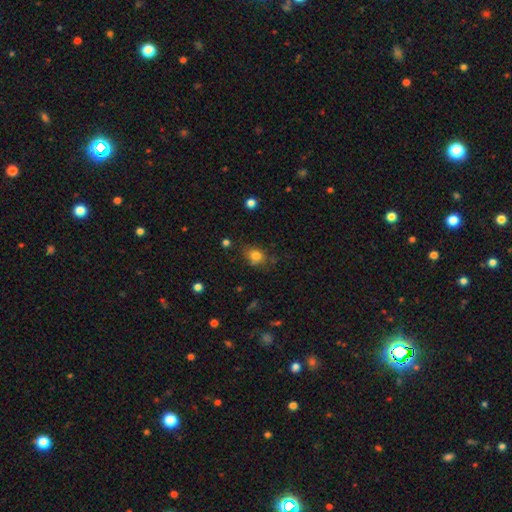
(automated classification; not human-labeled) This appears to be a smooth galaxy with no disk features (80%) that is round (53%). Merging: none (72%).